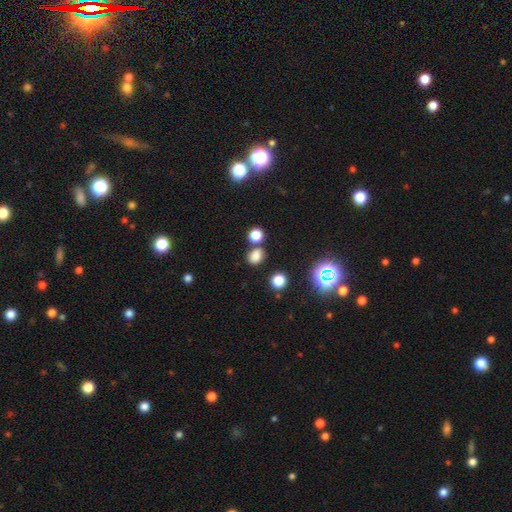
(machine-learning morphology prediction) type=smooth (76%); roundness=round (53%); merging=none (67%).